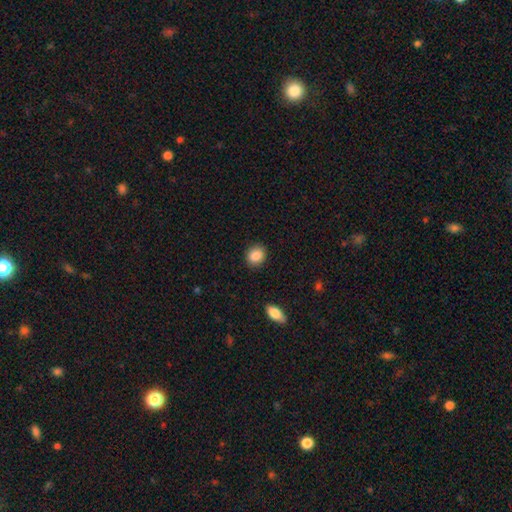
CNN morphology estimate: A smooth galaxy with no disk features (88%) that is round (59%). Merging: none (89%).